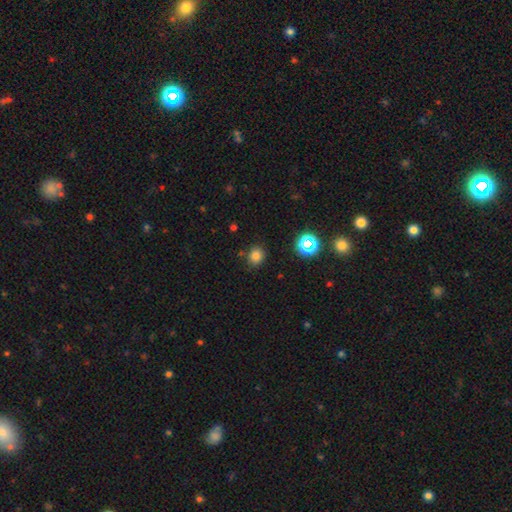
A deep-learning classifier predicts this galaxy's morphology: Overall: smooth (78%). How rounded: round (70%). Merging: none (82%).